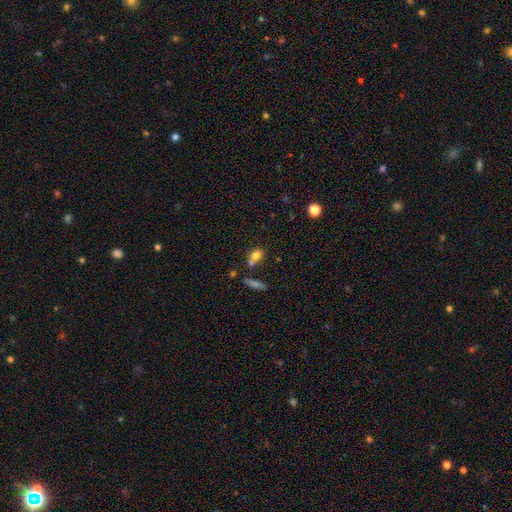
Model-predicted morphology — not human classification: Q: Smooth or featured?
A: smooth (75%); runner-up: featured or disk (13%)
Q: How rounded?
A: round (53%); runner-up: in between (42%)
Q: Merging?
A: none (48%); runner-up: merger (37%)